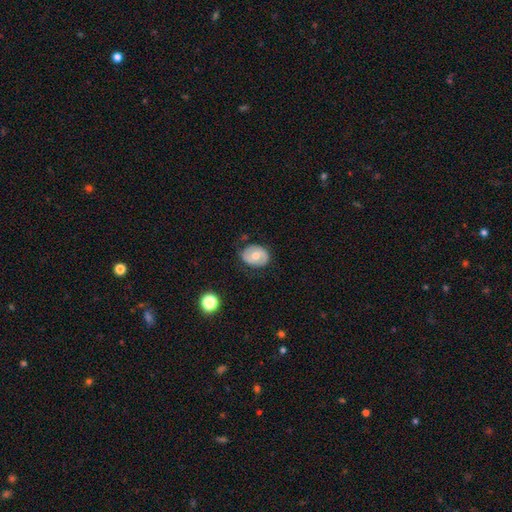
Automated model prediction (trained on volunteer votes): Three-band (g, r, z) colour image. It shows a smooth galaxy with no disk features (50%) that is in between round and cigar-shaped (53%). Merging: none (72%).